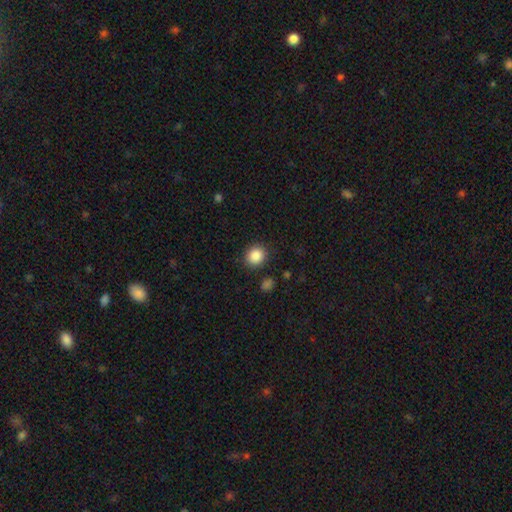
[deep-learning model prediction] A smooth galaxy with no disk features (87%) that is round (79%).

Vote fractions:
- Smooth or featured? smooth: 87% / star or artifact: 9% / featured or disk: 4%
- How rounded? round: 79% / in between: 20% / cigar-shaped: 1%
- Merging? none: 88% / minor disturbance: 7% / major disturbance: 3% / merger: 2%